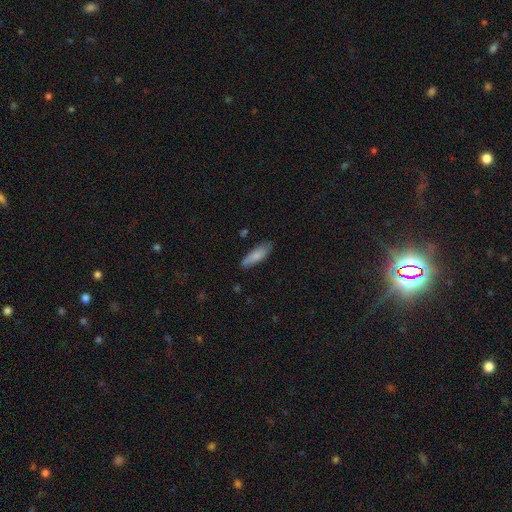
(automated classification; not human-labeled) This appears to be a smooth galaxy with no disk features (81%) that is cigar-shaped (53%). Merging: none (80%).